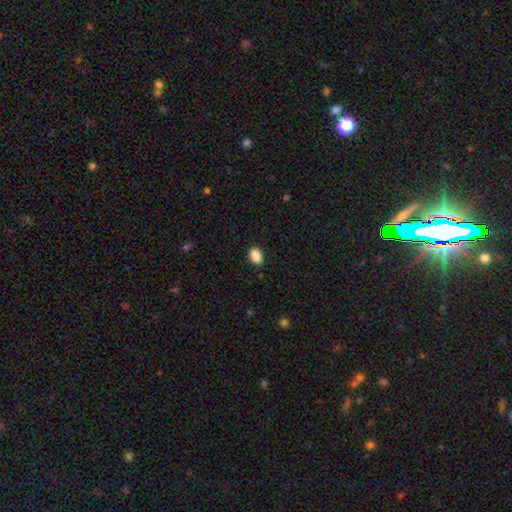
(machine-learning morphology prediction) smooth_or_featured: smooth (p=0.88) [alt: star or artifact p=0.08]
how_rounded: in between (p=0.78) [alt: round p=0.21]
merging: none (p=0.90) [alt: minor disturbance p=0.07]